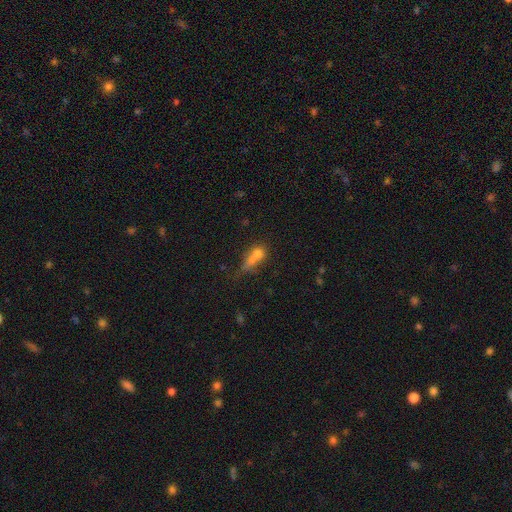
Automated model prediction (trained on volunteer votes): The model was most divided on "how rounded": in between: 47%, round: 44%, cigar-shaped: 10%. More confident: smooth or featured — smooth (65%); merging — merger (55%).